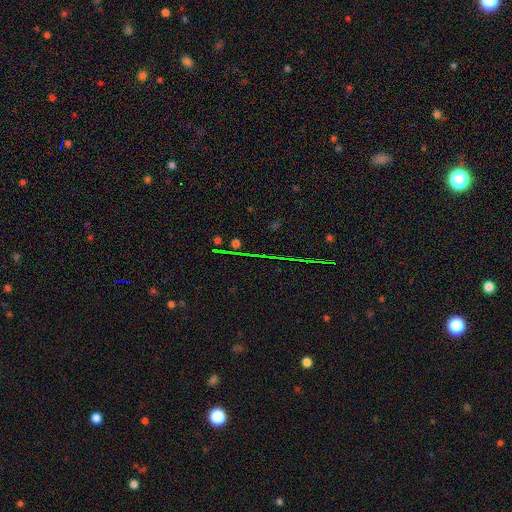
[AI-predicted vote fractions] This appears to be a star or artifact, not a galaxy (73%).